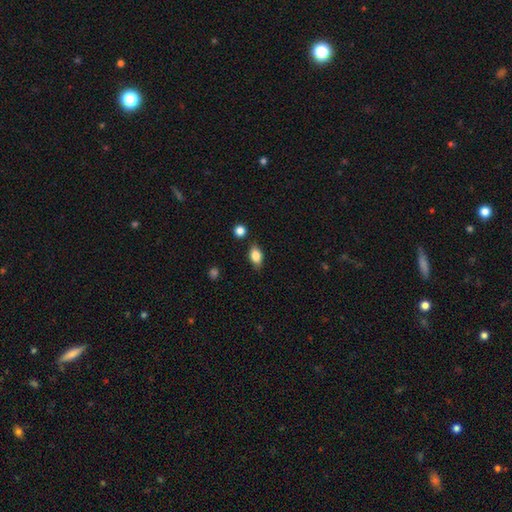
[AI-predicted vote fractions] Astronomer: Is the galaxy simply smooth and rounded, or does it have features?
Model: smooth — 82%.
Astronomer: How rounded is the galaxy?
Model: in between — 83%.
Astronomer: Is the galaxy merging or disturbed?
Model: none — 80%.